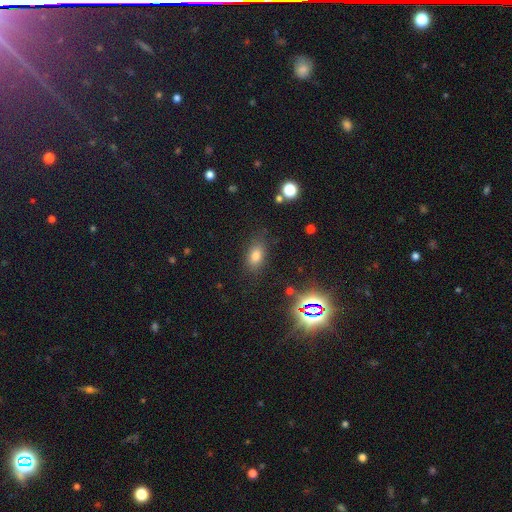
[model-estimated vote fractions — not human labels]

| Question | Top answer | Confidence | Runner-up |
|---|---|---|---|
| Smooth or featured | smooth | 72% | star or artifact (18%) |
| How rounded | in between | 82% | round (14%) |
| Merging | none | 81% | minor disturbance (13%) |